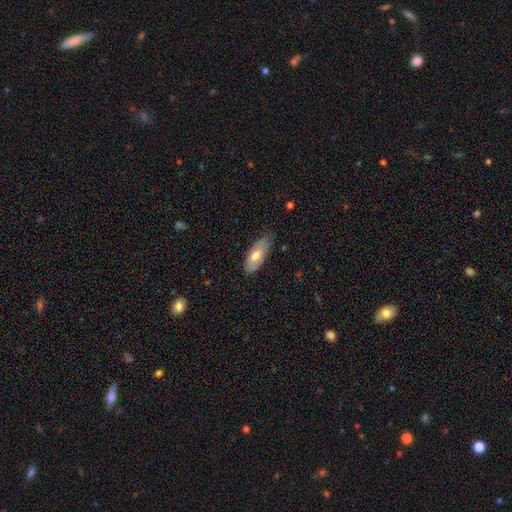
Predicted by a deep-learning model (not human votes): Smooth or featured?
  - smooth: 61% *
  - featured or disk: 33%
  - star or artifact: 6%
How rounded?
  - in between: 83% *
  - cigar-shaped: 14%
  - round: 2%
Merging?
  - none: 70% *
  - minor disturbance: 24%
  - major disturbance: 4%
  - merger: 1%